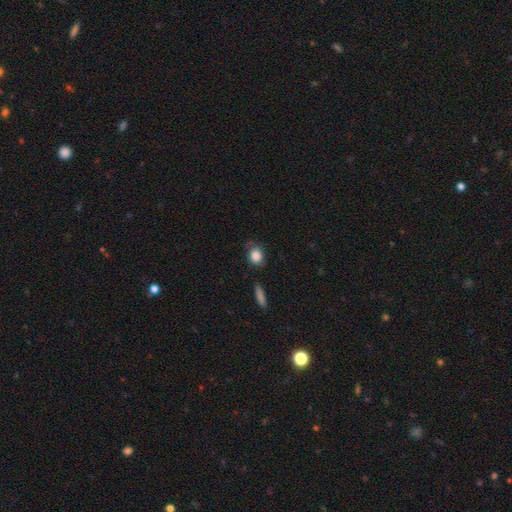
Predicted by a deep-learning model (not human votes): A smooth galaxy with no disk features (85%) that is in between round and cigar-shaped (53%).

Vote fractions:
- Smooth or featured? smooth: 85% / featured or disk: 8% / star or artifact: 7%
- How rounded? in between: 53% / round: 45% / cigar-shaped: 2%
- Merging? none: 66% / minor disturbance: 24% / major disturbance: 7% / merger: 3%